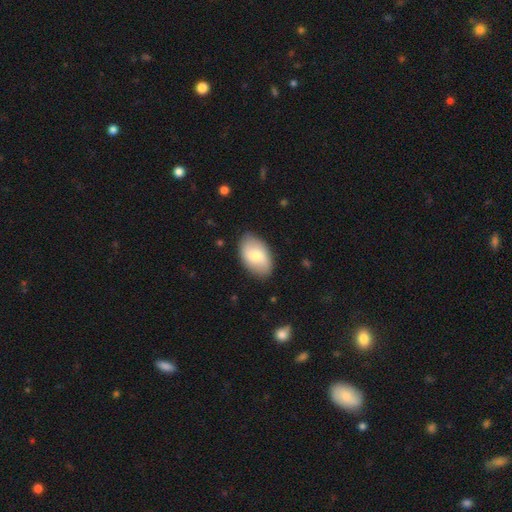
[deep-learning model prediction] This appears to be a smooth galaxy with no disk features (69%) that is in between round and cigar-shaped (93%). Merging: none (85%).